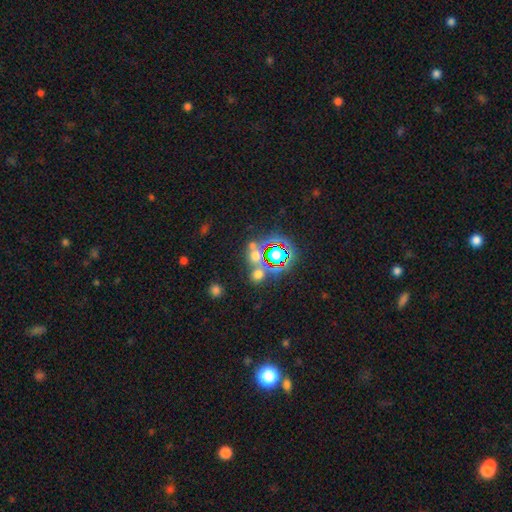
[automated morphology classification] Smooth or featured: smooth — 45% (star or artifact — 44%)
Merging: none — 60% (merger — 25%)